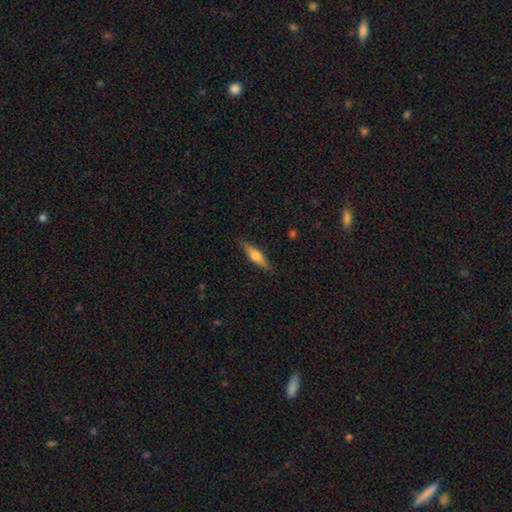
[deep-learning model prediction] A smooth galaxy with no disk features (56%) that is cigar-shaped (70%).

Vote fractions:
- Smooth or featured? smooth: 56% / featured or disk: 38% / star or artifact: 6%
- How rounded? cigar-shaped: 70% / in between: 28% / round: 2%
- Merging? none: 86% / minor disturbance: 11% / major disturbance: 2% / merger: 1%